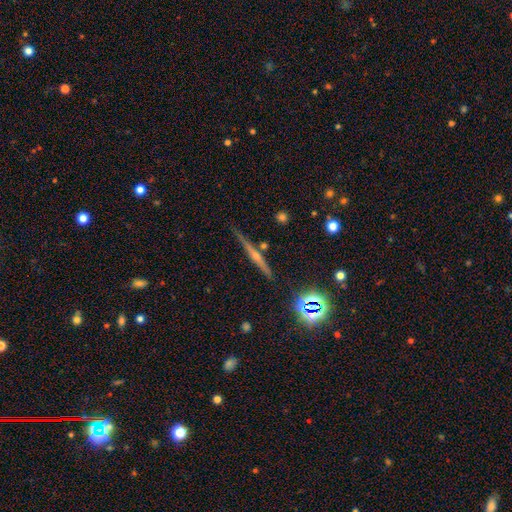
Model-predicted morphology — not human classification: Overall: featured or disk (64%). Edge-on disk: yes (96%). Edge-on bulge: rounded (78%). Merging: none (83%).